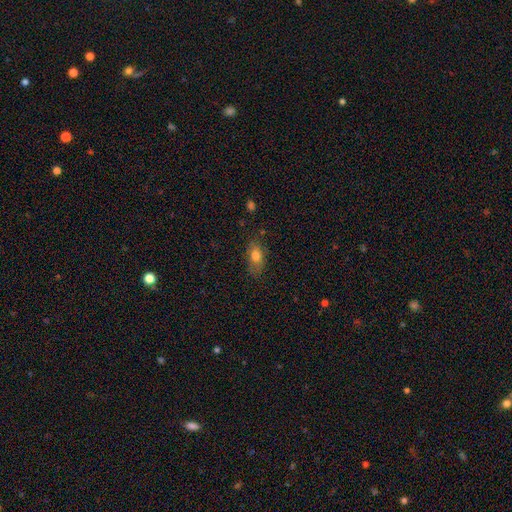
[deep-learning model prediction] Overall: smooth (77%). How rounded: in between (82%). Merging: none (73%).